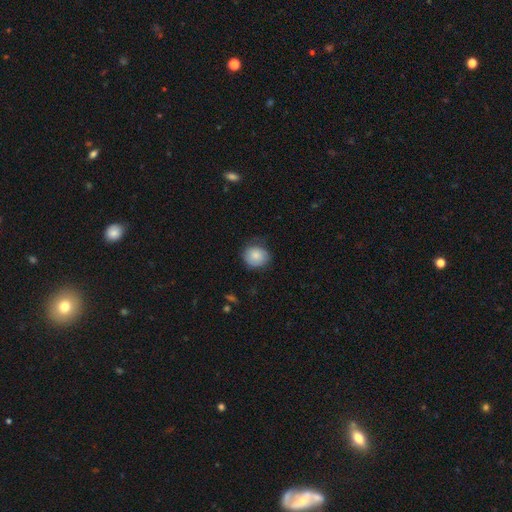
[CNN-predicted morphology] Overall: smooth (79%). How rounded: round (81%). Merging: none (63%; minor disturbance 28%).